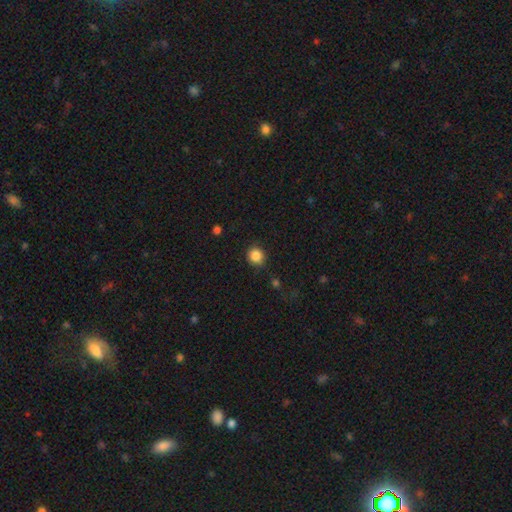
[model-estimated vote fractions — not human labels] smooth_or_featured: smooth (p=0.86) [alt: star or artifact p=0.10]
how_rounded: round (p=0.88) [alt: in between p=0.11]
merging: none (p=0.86) [alt: minor disturbance p=0.09]